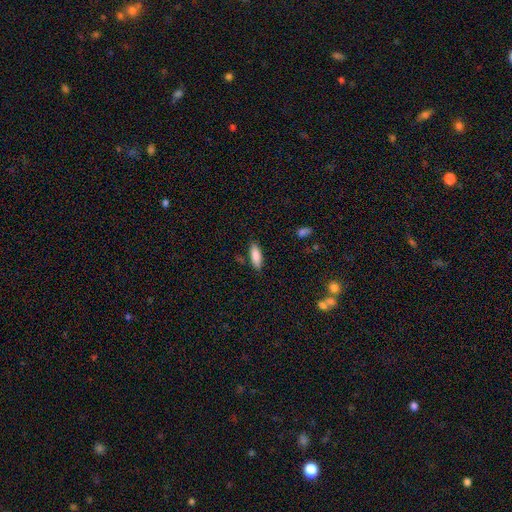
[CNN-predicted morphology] Smooth or featured: smooth — 84% (featured or disk — 9%)
How rounded: in between — 63% (cigar-shaped — 35%)
Merging: none — 84% (minor disturbance — 12%)